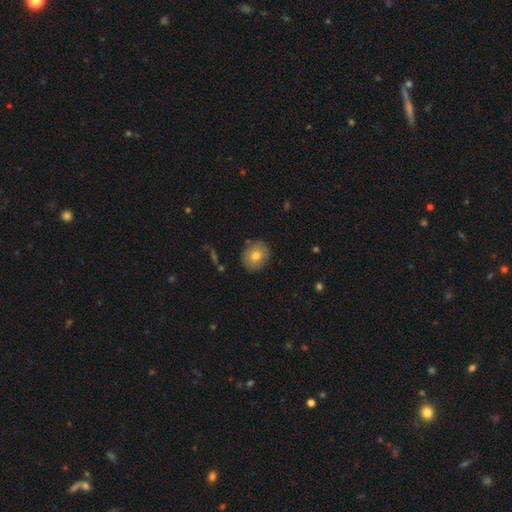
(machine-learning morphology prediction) smooth_or_featured: smooth (p=0.74) [alt: featured or disk p=0.17]
how_rounded: round (p=0.77) [alt: in between p=0.22]
merging: none (p=0.86) [alt: minor disturbance p=0.10]